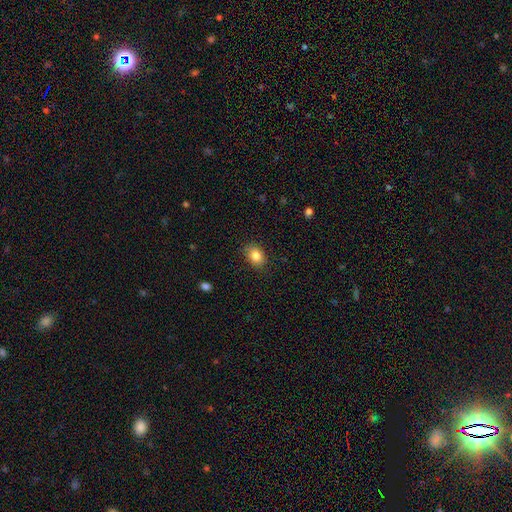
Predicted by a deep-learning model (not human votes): This is clearly a smooth galaxy (85%). How rounded: likely in between (72%). Merging: clearly none (86%).